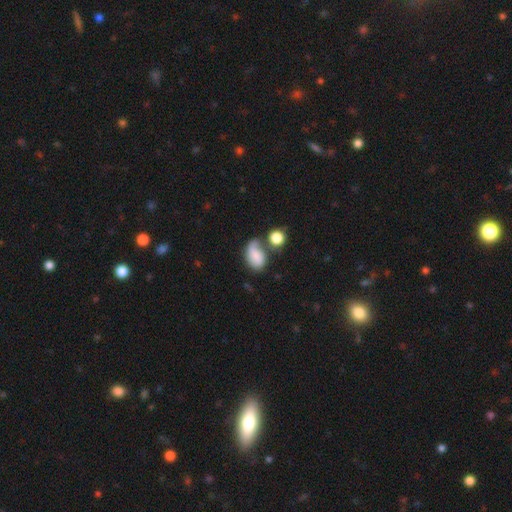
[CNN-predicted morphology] This is likely a smooth galaxy (61%). How rounded: likely in between (78%). Merging: marginally none (34%).